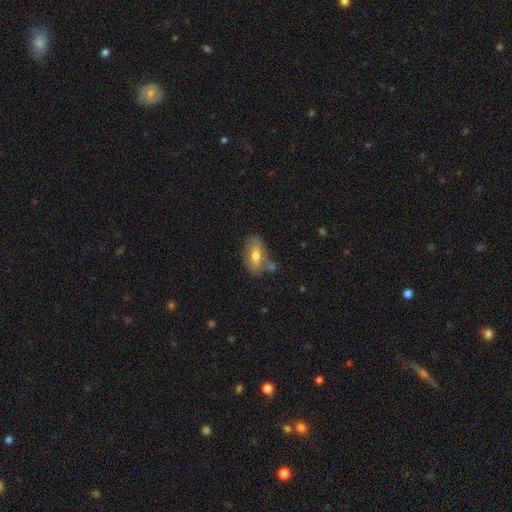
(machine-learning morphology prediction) This is likely a smooth galaxy (62%). How rounded: clearly in between (87%). Merging: likely none (60%).